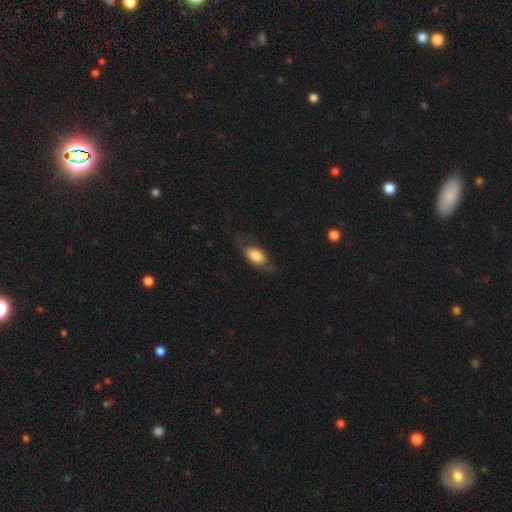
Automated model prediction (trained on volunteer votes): Smooth or featured: smooth — 75% (featured or disk — 19%)
How rounded: in between — 87% (cigar-shaped — 8%)
Merging: none — 68% (minor disturbance — 21%)